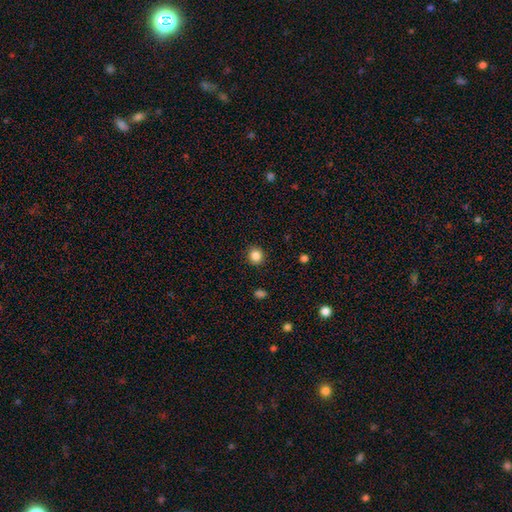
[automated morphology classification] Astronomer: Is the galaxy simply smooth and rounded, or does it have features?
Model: smooth — 86%.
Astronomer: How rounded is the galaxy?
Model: round — 90%.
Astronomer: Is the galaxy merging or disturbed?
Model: none — 91%.